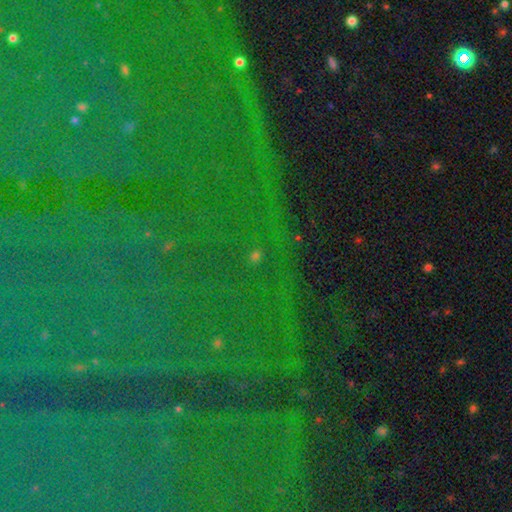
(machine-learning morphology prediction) The model was most divided on "smooth or featured": star or artifact: 84%, featured or disk: 8%, smooth: 8%.